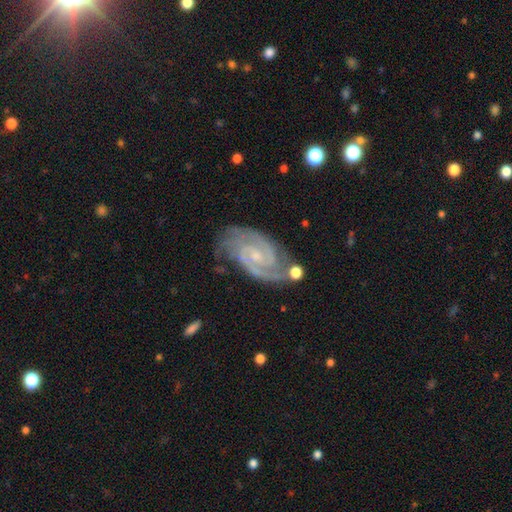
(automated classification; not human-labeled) Smooth or featured? featured or disk (91%)
Edge-on disk? no (97%)
Bar? no (45%)
Spiral arms? yes (98%)
Spiral winding? tight (59%)
Spiral arm count? 2 (81%)
Bulge size? small (72%)
Merging? none (73%)